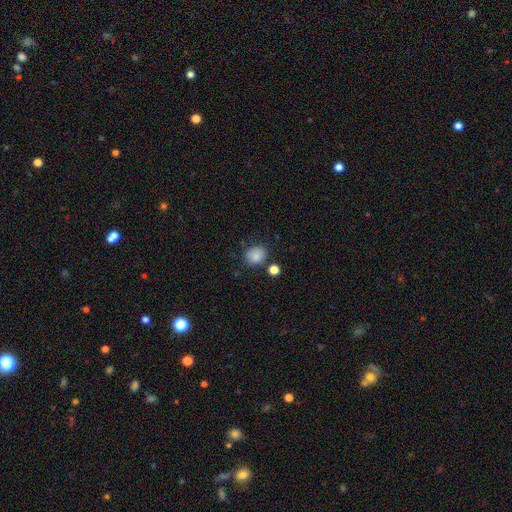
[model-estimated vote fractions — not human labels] Smooth or featured?
  - smooth: 85% *
  - star or artifact: 10%
  - featured or disk: 5%
How rounded?
  - round: 61% *
  - in between: 38%
  - cigar-shaped: 1%
Merging?
  - none: 76% *
  - minor disturbance: 14%
  - merger: 7%
  - major disturbance: 4%